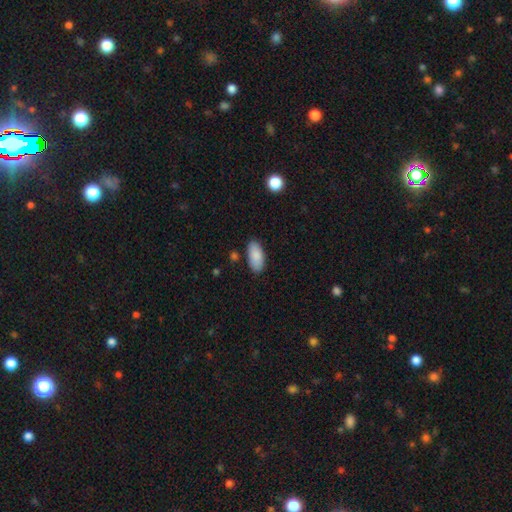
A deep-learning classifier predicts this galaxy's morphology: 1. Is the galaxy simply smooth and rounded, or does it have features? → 88% smooth, 6% star or artifact, 6% featured or disk.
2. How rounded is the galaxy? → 92% in between, 6% cigar-shaped, 2% round.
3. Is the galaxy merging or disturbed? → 83% none, 12% minor disturbance, 3% merger, 3% major disturbance.